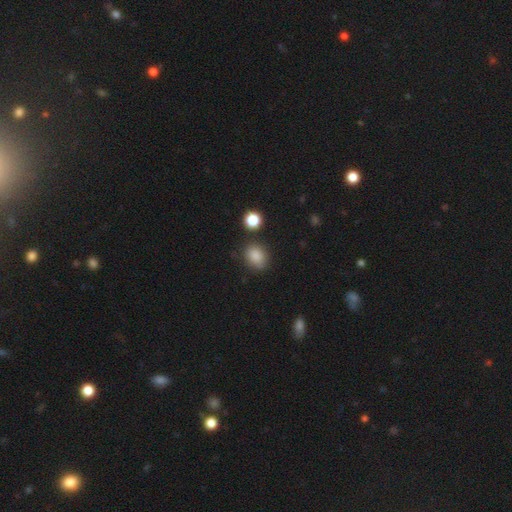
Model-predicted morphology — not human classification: Smooth or featured? Predicted: smooth (p=0.86). How rounded? Predicted: round (p=0.50). Merging? Predicted: none (p=0.76).